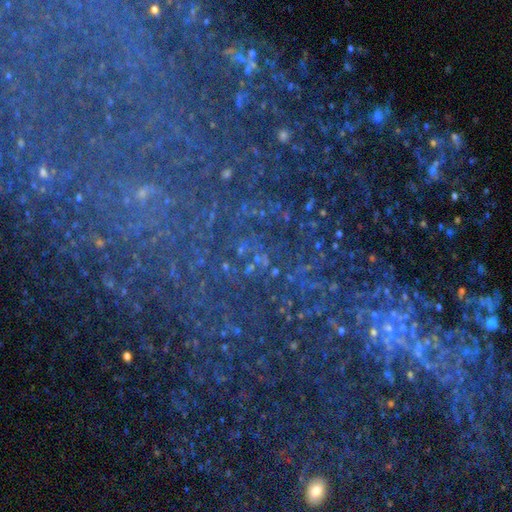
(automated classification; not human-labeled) Morphology: type=star or artifact (78%).